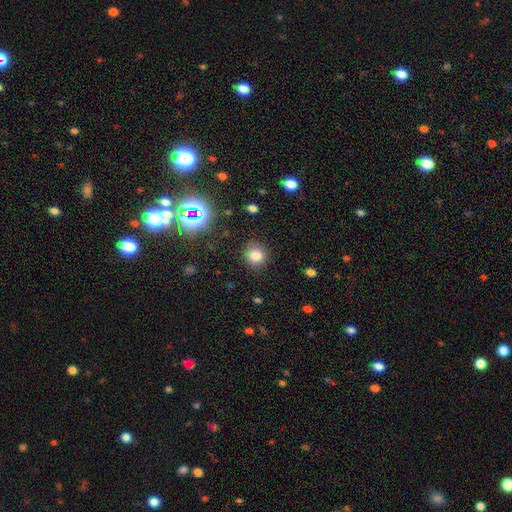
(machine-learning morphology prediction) A smooth galaxy with no disk features (80%) that is round (87%). Merging: none (86%).